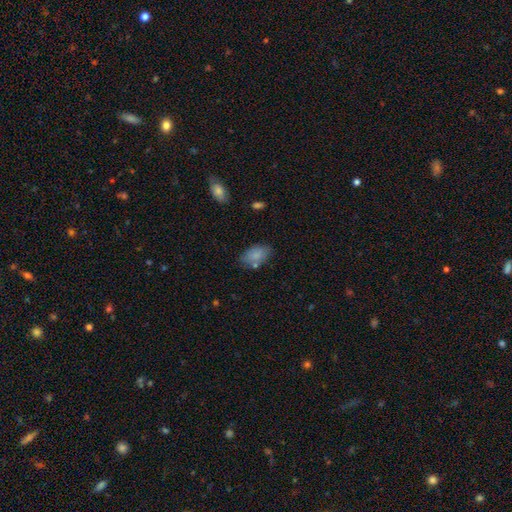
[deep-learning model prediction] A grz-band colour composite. It shows a smooth galaxy with no disk features (85%) that is in between round and cigar-shaped (92%). Merging: none (71%).